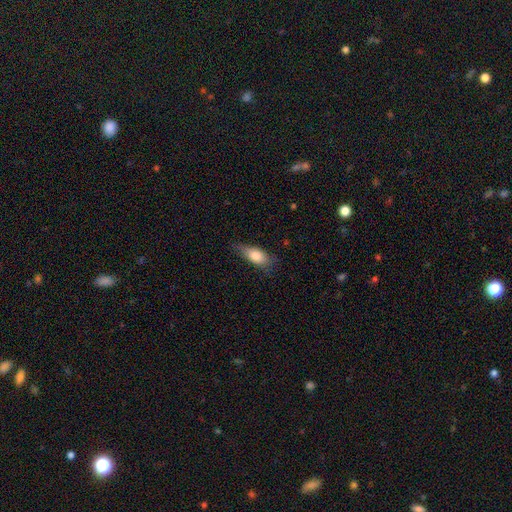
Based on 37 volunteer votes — A smooth galaxy with no disk features (89%) that is in between round and cigar-shaped (94%).

Vote fractions:
- Smooth or featured? smooth: 89% / featured or disk: 5% / star or artifact: 5%
- How rounded? in between: 94% / cigar-shaped: 6% / round: 0%
- Merging? minor disturbance: 49% / none: 40% / major disturbance: 11% / merger: 0%